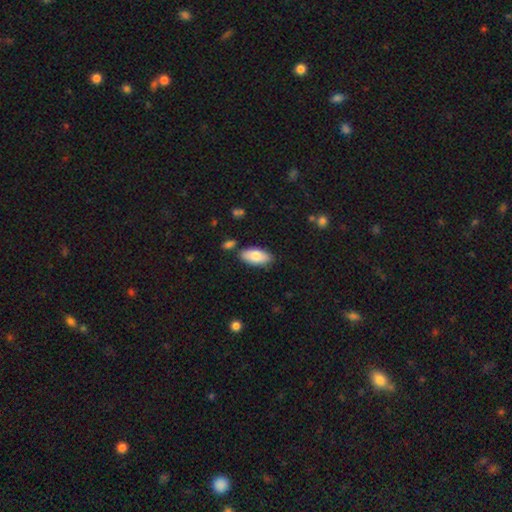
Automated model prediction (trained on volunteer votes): Smooth or featured? Predicted: smooth (p=0.80). How rounded? Predicted: in between (p=0.92). Merging? Predicted: none (p=0.81).